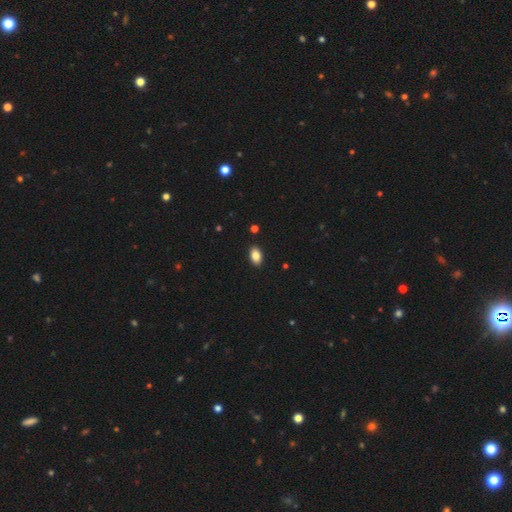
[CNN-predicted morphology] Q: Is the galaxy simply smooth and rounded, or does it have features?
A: smooth — 86%.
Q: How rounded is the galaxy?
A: in between — 92%.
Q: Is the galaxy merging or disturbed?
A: none — 90%.